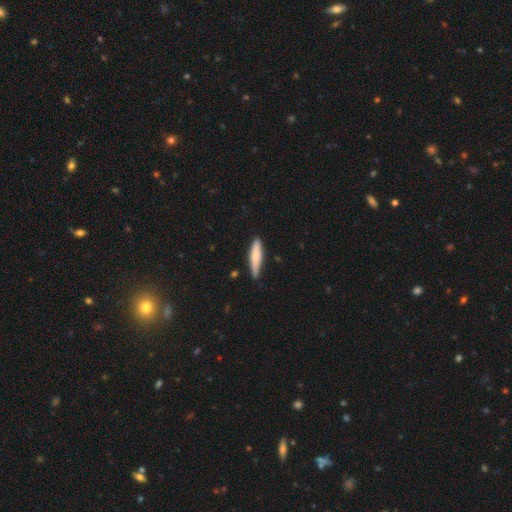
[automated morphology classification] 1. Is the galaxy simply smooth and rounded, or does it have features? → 74% smooth, 21% featured or disk, 5% star or artifact.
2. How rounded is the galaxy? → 82% cigar-shaped, 16% in between, 1% round.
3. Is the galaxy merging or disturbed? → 84% none, 13% minor disturbance, 2% major disturbance, 1% merger.